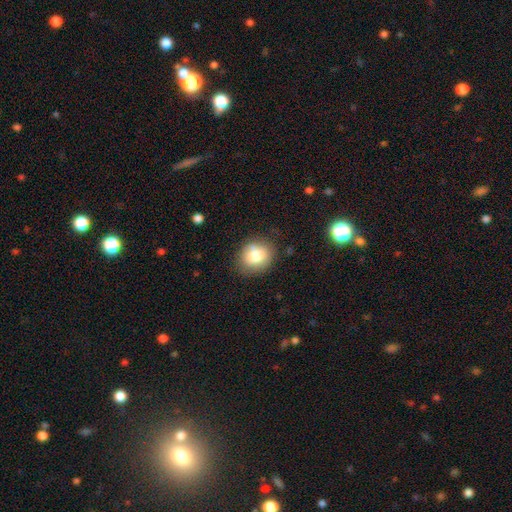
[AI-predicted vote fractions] Smooth or featured?
  - smooth: 77% *
  - featured or disk: 14%
  - star or artifact: 10%
How rounded?
  - round: 64% *
  - in between: 35%
  - cigar-shaped: 1%
Merging?
  - none: 76% *
  - minor disturbance: 16%
  - major disturbance: 4%
  - merger: 4%